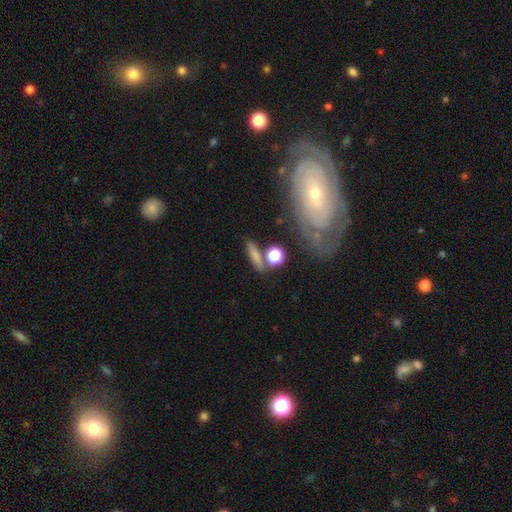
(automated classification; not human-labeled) Q: Smooth or featured?
A: smooth (73%); runner-up: featured or disk (15%)
Q: How rounded?
A: cigar-shaped (51%); runner-up: in between (28%)
Q: Merging?
A: none (71%); runner-up: merger (12%)